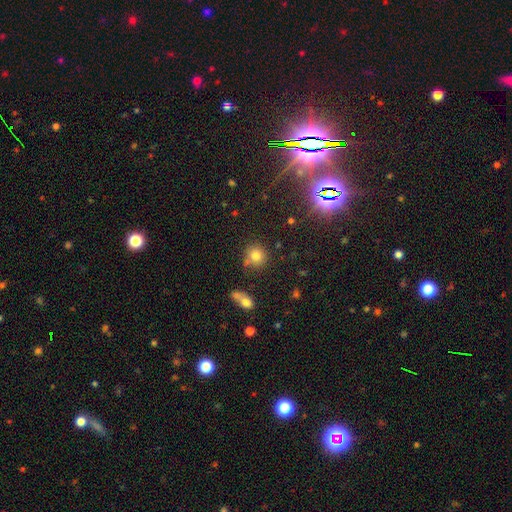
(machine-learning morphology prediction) Smooth or featured: smooth — 77% (star or artifact — 14%)
How rounded: round — 89% (in between — 10%)
Merging: none — 73% (minor disturbance — 12%)